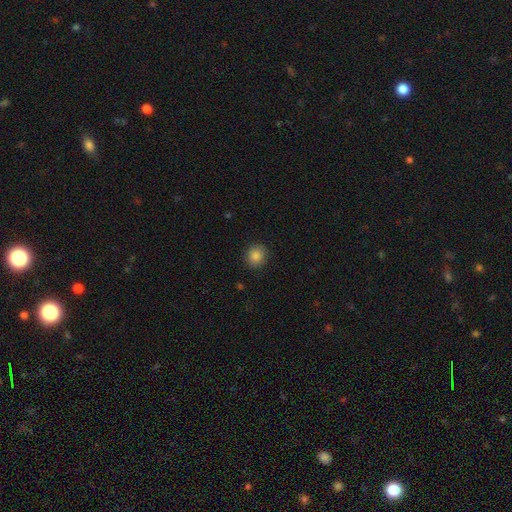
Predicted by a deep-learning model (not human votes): Morphology: type=smooth (85%); roundness=round (83%); merging=none (91%).